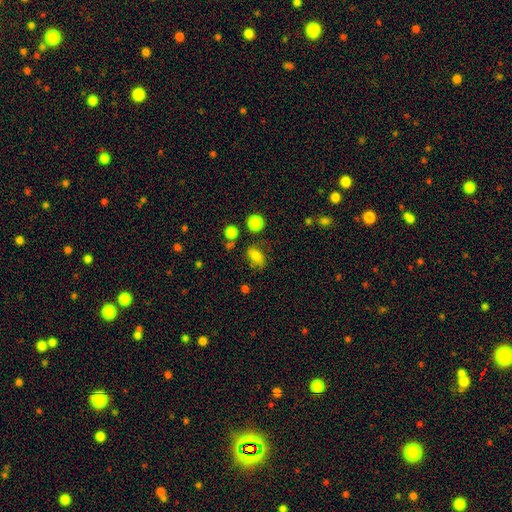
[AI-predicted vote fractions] Smooth or featured?
  - smooth: 75% *
  - featured or disk: 13%
  - star or artifact: 12%
How rounded?
  - in between: 77% *
  - round: 20%
  - cigar-shaped: 3%
Merging?
  - none: 65% *
  - minor disturbance: 21%
  - major disturbance: 9%
  - merger: 5%